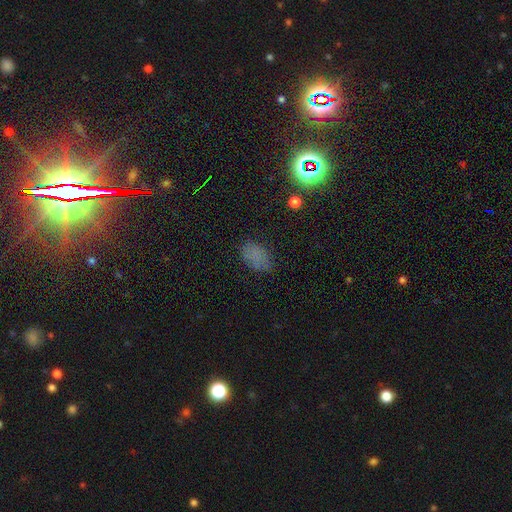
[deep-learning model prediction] Smooth or featured? Predicted: smooth (p=0.66). How rounded? Predicted: in between (p=0.88). Merging? Predicted: none (p=0.71).